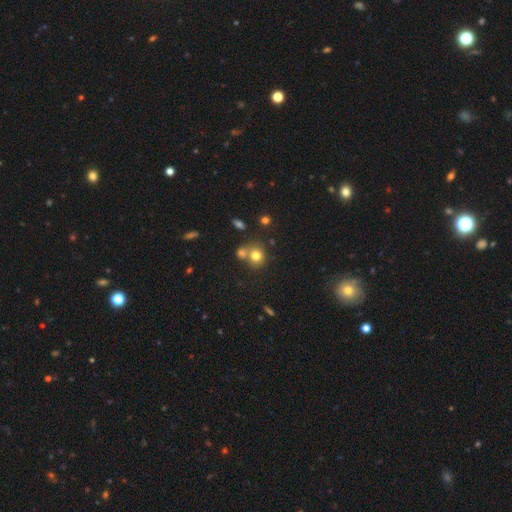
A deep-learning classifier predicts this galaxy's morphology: The model was most divided on "merging": none: 54%, merger: 33%, minor disturbance: 10%, major disturbance: 4%. More confident: how rounded — round (80%); smooth or featured — smooth (76%).